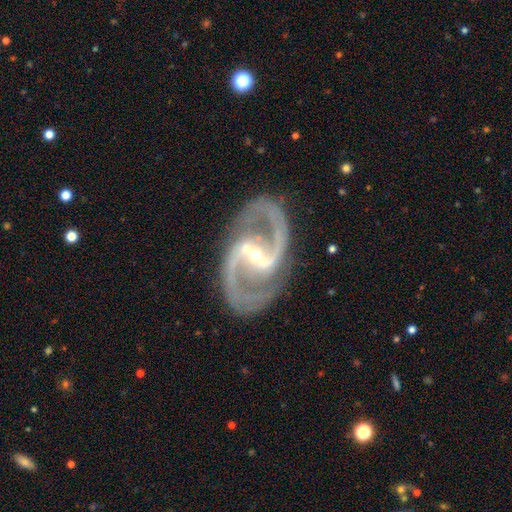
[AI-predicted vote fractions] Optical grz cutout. It shows a featured or disk galaxy (94%) with a strong bar (54%), 2 (94%) medium (64%) spiral arms (98%) and a small central bulge (67%). Merging: none (84%).